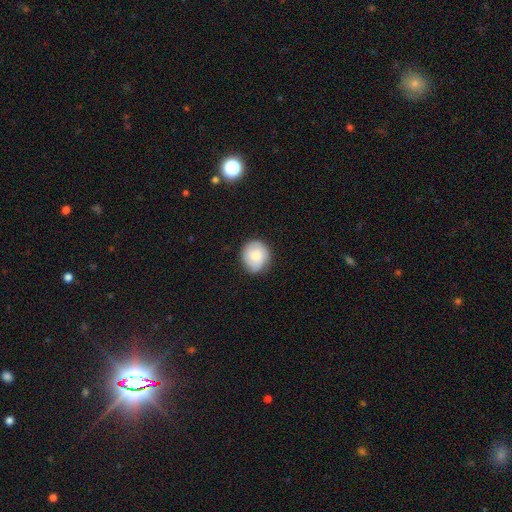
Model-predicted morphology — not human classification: Smooth or featured?
  - smooth: 71% *
  - featured or disk: 22%
  - star or artifact: 7%
How rounded?
  - round: 77% *
  - in between: 22%
  - cigar-shaped: 1%
Merging?
  - none: 82% *
  - minor disturbance: 14%
  - major disturbance: 3%
  - merger: 1%